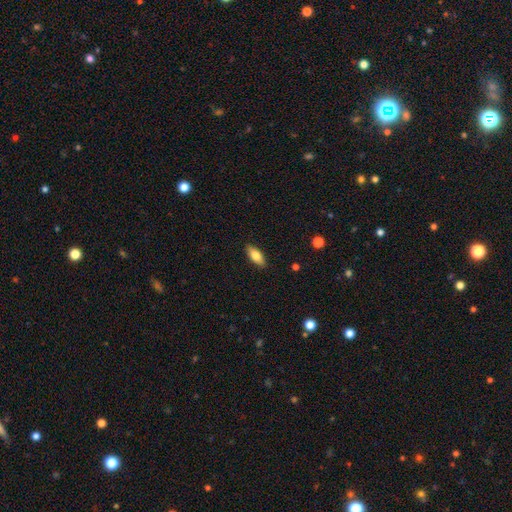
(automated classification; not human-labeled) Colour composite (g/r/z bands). It shows a smooth galaxy with no disk features (78%) that is in between round and cigar-shaped (80%). Merging: none (88%).